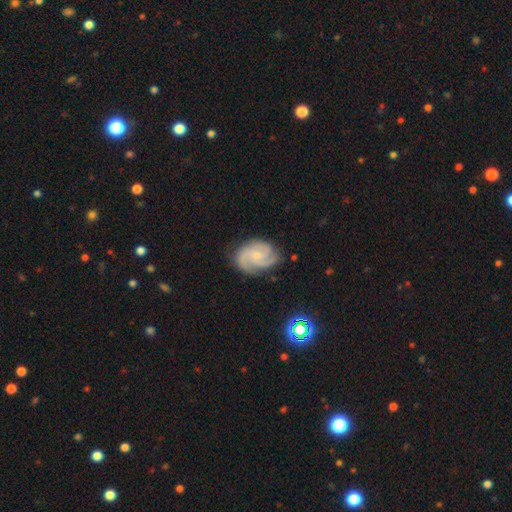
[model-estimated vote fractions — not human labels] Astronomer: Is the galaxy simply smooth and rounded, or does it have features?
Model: featured or disk — 84%.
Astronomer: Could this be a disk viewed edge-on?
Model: no — 98%.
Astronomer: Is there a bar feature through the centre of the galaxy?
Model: no — 67%.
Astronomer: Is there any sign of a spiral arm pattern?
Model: yes — 97%.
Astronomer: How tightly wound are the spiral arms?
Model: tight — 45%, tied with medium at 45%.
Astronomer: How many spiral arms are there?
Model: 3 — 58%.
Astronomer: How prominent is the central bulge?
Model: small — 69%.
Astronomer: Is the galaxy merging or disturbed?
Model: none — 73%.